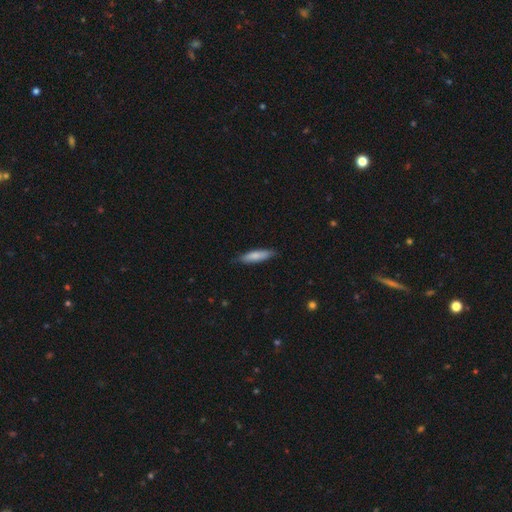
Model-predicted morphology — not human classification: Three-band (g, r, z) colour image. It shows a smooth galaxy with no disk features (78%) that is cigar-shaped (71%). Merging: none (83%).